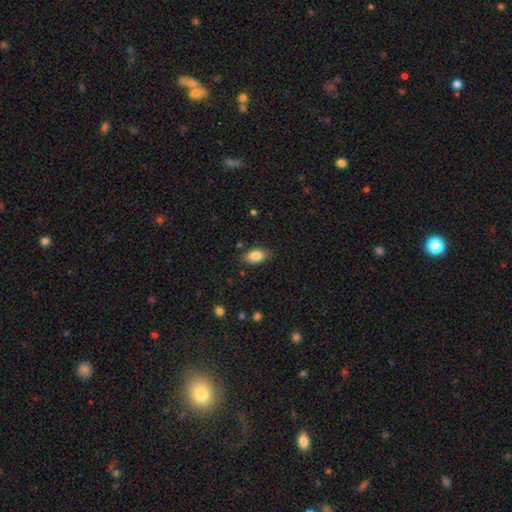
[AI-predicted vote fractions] The model was most divided on "merging": none: 83%, minor disturbance: 13%, major disturbance: 3%, merger: 1%. More confident: how rounded — in between (89%); smooth or featured — smooth (84%).